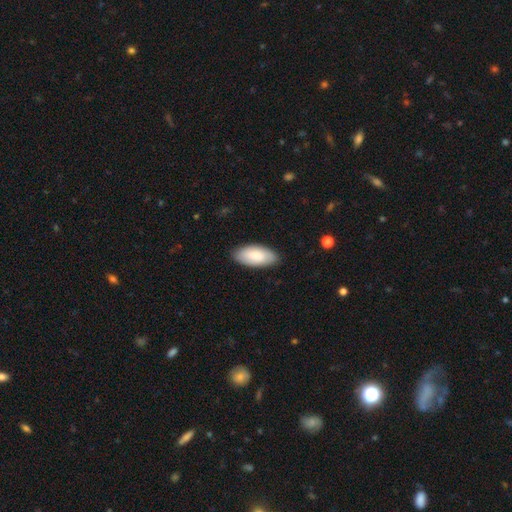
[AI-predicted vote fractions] This is clearly a smooth galaxy (83%). How rounded: clearly in between (93%). Merging: clearly none (86%).